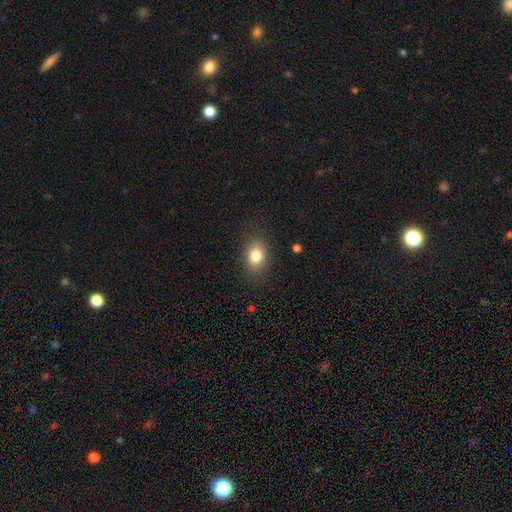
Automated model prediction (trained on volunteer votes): Smooth or featured?
  - smooth: 82% *
  - star or artifact: 10%
  - featured or disk: 8%
How rounded?
  - in between: 69% *
  - round: 30%
  - cigar-shaped: 1%
Merging?
  - none: 84% *
  - minor disturbance: 11%
  - major disturbance: 4%
  - merger: 1%